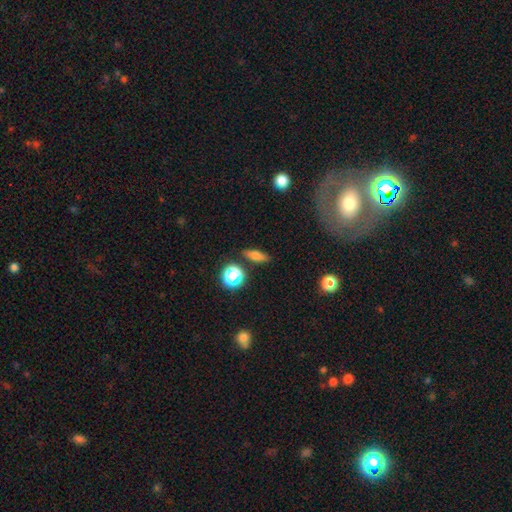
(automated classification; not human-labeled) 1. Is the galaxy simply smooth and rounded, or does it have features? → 61% smooth, 25% featured or disk, 13% star or artifact.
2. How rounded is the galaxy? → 43% in between, 41% cigar-shaped, 16% round.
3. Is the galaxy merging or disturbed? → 85% none, 10% minor disturbance, 3% merger, 3% major disturbance.